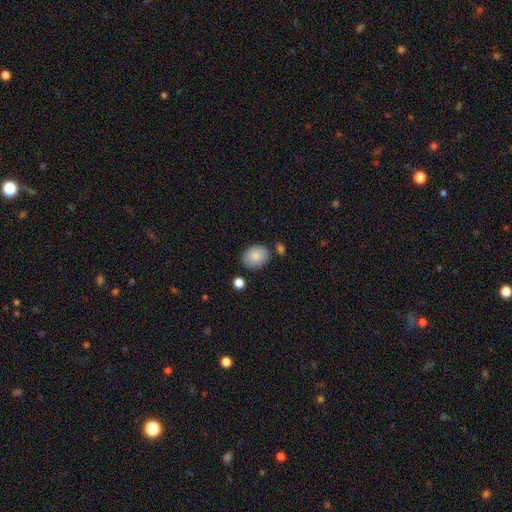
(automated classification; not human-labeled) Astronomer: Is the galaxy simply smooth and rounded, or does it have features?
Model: smooth — 86%.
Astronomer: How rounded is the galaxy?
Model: in between — 67%.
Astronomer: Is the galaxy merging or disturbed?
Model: none — 77%.